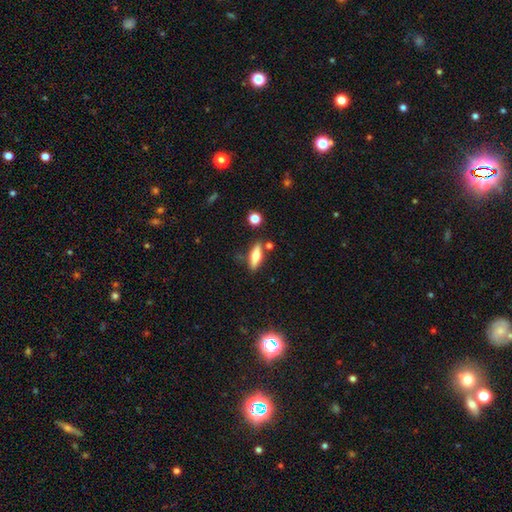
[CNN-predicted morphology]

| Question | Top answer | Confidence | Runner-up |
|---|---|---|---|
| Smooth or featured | smooth | 59% | featured or disk (34%) |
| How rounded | cigar-shaped | 52% | in between (45%) |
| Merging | none | 79% | minor disturbance (12%) |